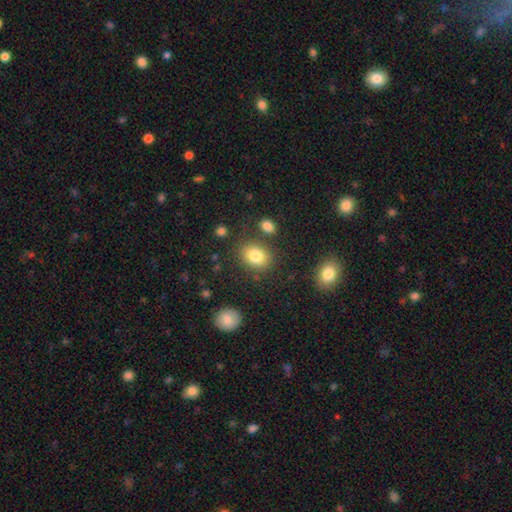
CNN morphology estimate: Q: Smooth or featured?
A: smooth (82%); runner-up: star or artifact (10%)
Q: How rounded?
A: in between (62%); runner-up: round (37%)
Q: Merging?
A: none (79%); runner-up: minor disturbance (11%)